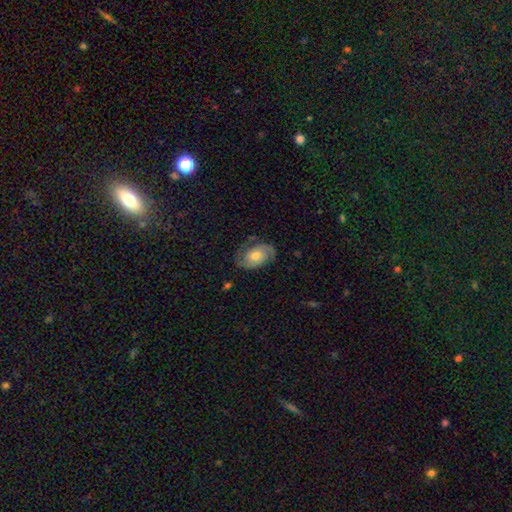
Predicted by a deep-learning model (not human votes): Morphology: type=featured or disk (77%); edge-on=no (97%); bar=no (73%); spiral arms=yes (93%); winding=medium (43%); arm count=2 (87%); bulge=moderate (62%); merging=none (75%).